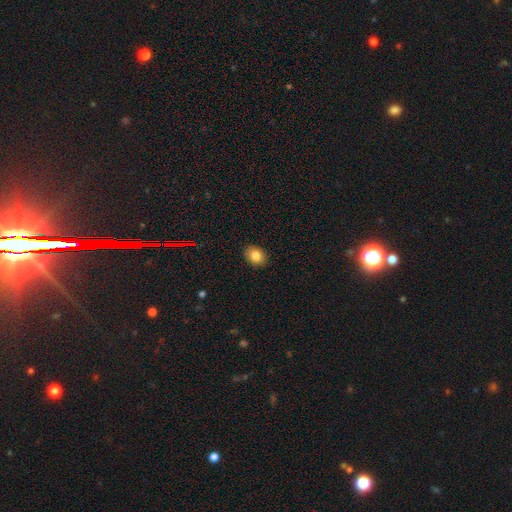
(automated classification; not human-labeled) This is clearly a smooth galaxy (82%). How rounded: possibly in between (57%). Merging: clearly none (90%).